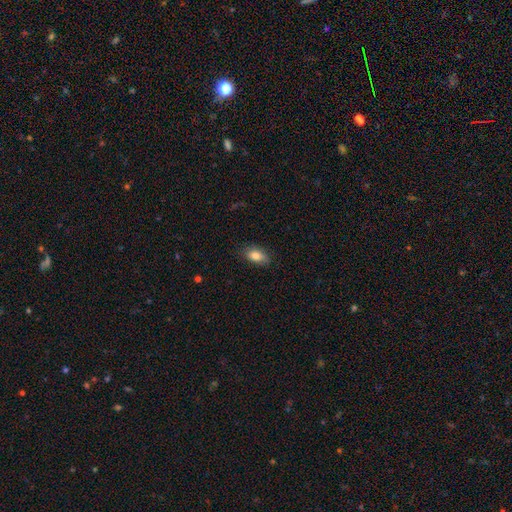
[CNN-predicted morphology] smooth-or-featured: smooth: 83% | featured or disk: 10% | star or artifact: 8%
  how-rounded: in between: 89% | round: 7% | cigar-shaped: 4%
  merging: none: 81% | minor disturbance: 15% | major disturbance: 3% | merger: 1%